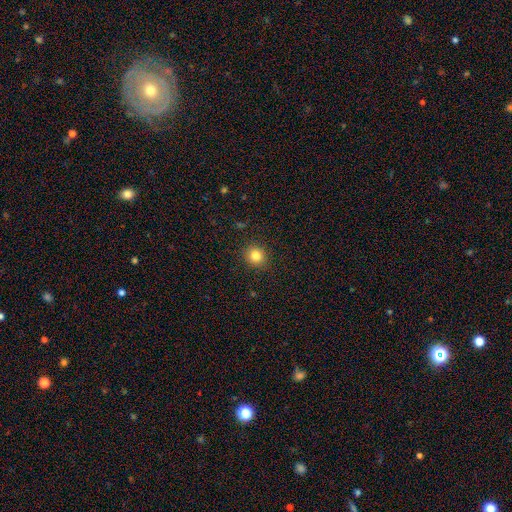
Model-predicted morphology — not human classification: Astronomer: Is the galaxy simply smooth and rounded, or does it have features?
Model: smooth — 82%.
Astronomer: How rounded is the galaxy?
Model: round — 88%.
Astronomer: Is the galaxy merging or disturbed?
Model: none — 91%.